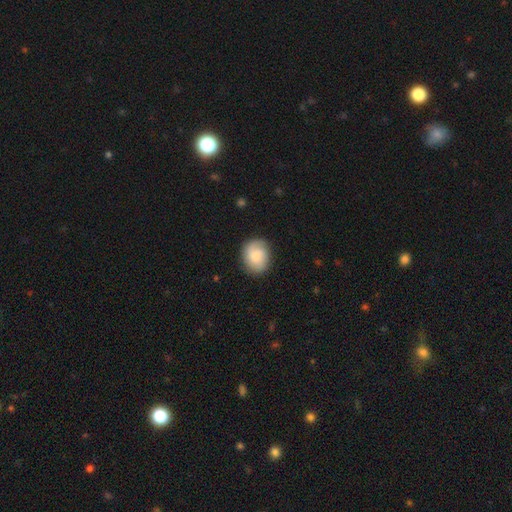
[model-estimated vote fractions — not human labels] Q: Smooth or featured?
A: smooth (67%); runner-up: featured or disk (26%)
Q: How rounded?
A: round (63%); runner-up: in between (36%)
Q: Merging?
A: none (81%); runner-up: minor disturbance (14%)